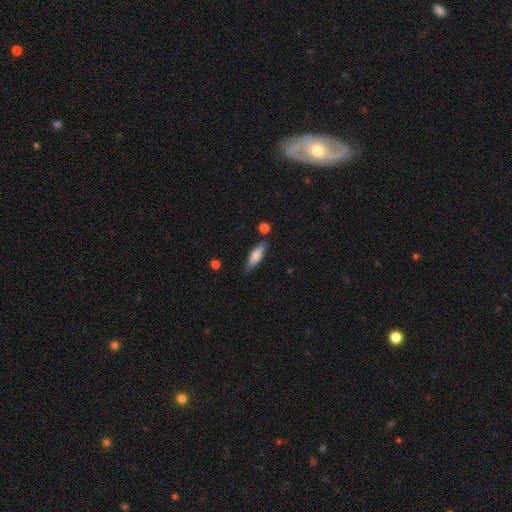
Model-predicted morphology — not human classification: This appears to be a smooth galaxy with no disk features (75%) that is cigar-shaped (56%). Merging: none (78%).